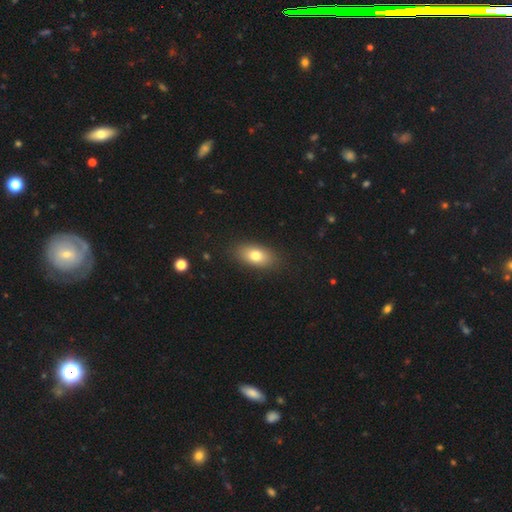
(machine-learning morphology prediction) This appears to be a smooth galaxy with no disk features (77%) that is in between round and cigar-shaped (88%). Merging: none (87%).